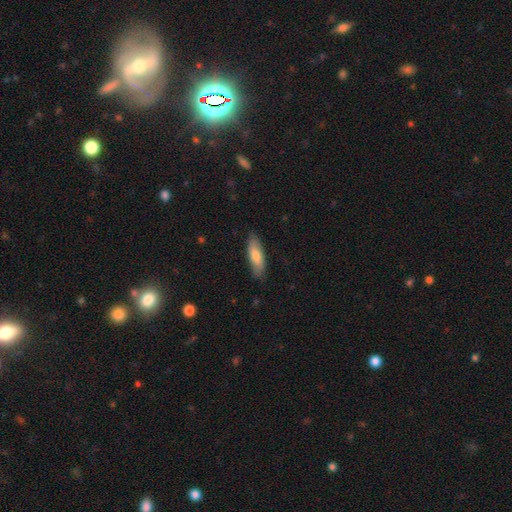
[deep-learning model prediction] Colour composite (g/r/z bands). It shows a smooth galaxy with no disk features (74%) that is in between round and cigar-shaped (50%). Merging: none (86%).